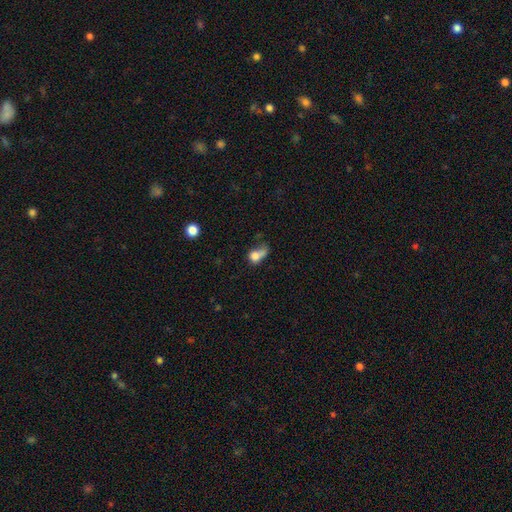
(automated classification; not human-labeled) Q: Smooth or featured?
A: smooth (74%); runner-up: featured or disk (15%)
Q: How rounded?
A: in between (50%); runner-up: round (47%)
Q: Merging?
A: merger (31%); runner-up: major disturbance (27%)